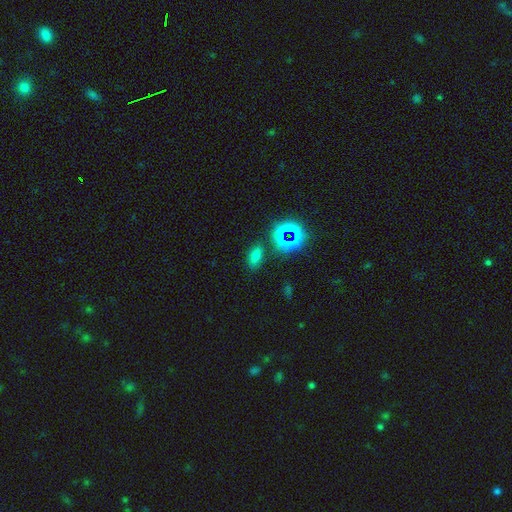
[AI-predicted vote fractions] Morphology: type=smooth (63%); roundness=in between (81%); merging=none (79%).